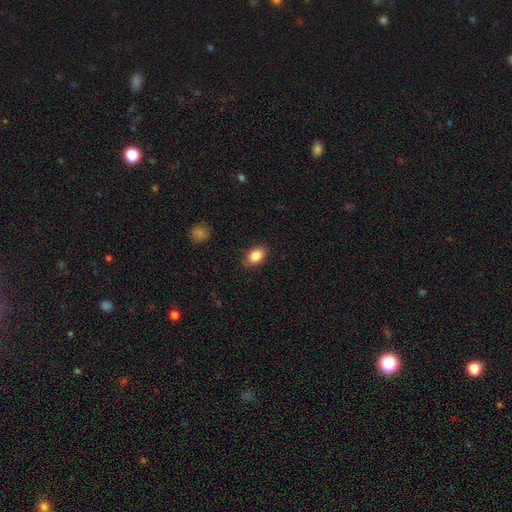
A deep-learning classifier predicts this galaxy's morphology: smooth-or-featured: smooth: 87% | star or artifact: 8% | featured or disk: 5%
  how-rounded: in between: 80% | round: 19% | cigar-shaped: 1%
  merging: none: 84% | minor disturbance: 12% | major disturbance: 3% | merger: 1%